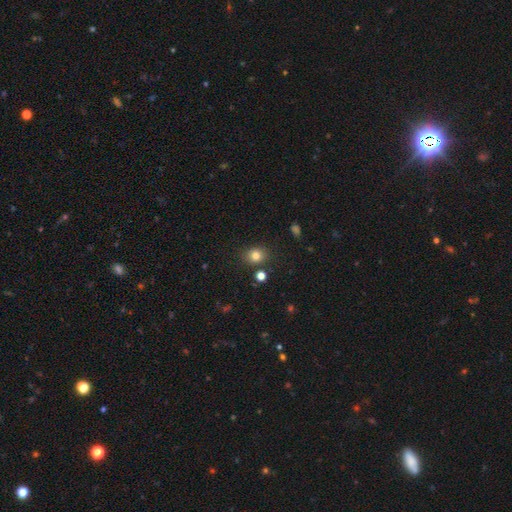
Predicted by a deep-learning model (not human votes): Smooth or featured? smooth (80%)
How rounded? round (66%)
Merging? none (83%)